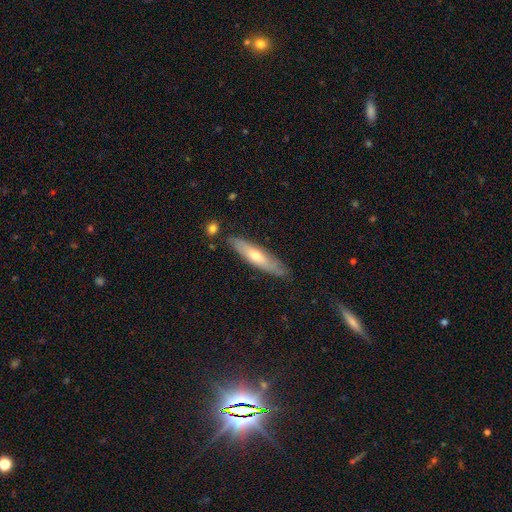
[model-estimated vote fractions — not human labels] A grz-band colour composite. It shows a smooth galaxy with no disk features (51%) that is cigar-shaped (78%). Merging: none (81%).